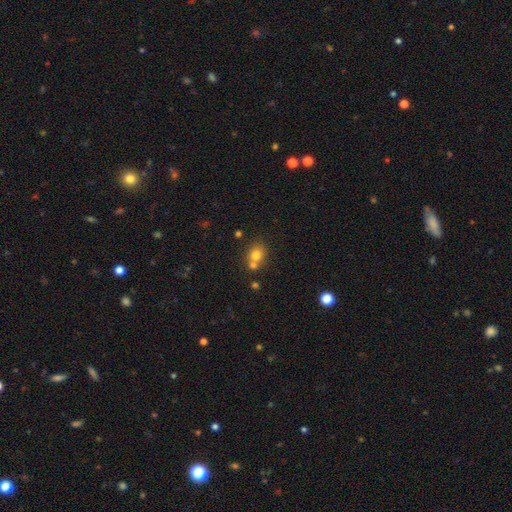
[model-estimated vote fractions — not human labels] The model was most divided on "merging": none: 50%, merger: 37%, minor disturbance: 10%, major disturbance: 3%. More confident: smooth or featured — smooth (75%); how rounded — round (67%).